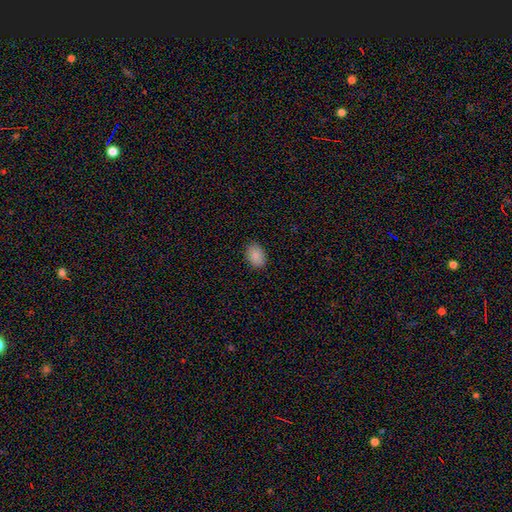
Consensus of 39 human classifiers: A smooth galaxy with no disk features (92%) that is in between round and cigar-shaped (72%). Merging: none (86%).